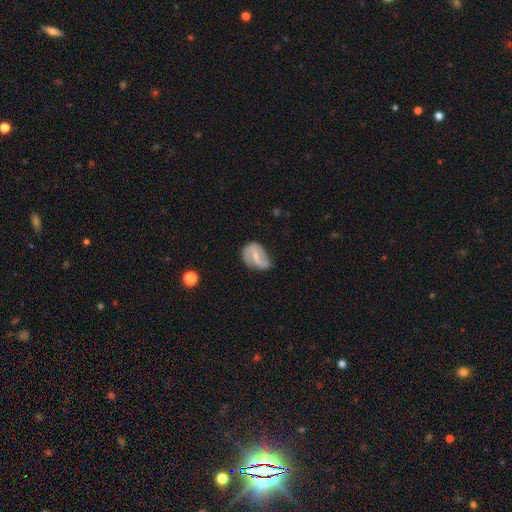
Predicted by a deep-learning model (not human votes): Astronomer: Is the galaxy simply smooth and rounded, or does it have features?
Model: featured or disk — 66%.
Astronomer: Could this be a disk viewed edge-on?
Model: no — 97%.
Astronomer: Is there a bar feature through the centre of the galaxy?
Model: weak — 46% (runner-up: no, 30%).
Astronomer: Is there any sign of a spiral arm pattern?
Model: yes — 79%.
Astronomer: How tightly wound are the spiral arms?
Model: medium — 41% (runner-up: loose, 36%).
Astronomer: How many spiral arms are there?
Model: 2 — 71%.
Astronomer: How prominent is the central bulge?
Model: small — 54% (runner-up: moderate, 40%).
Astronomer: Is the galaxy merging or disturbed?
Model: none — 43% (runner-up: minor disturbance, 38%).